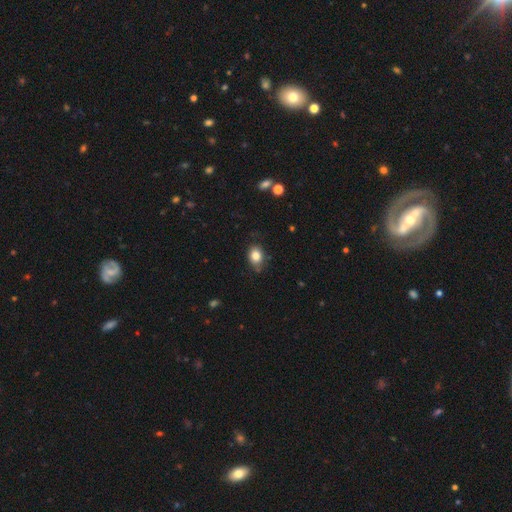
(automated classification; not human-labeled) Smooth or featured?
  - smooth: 83% *
  - star or artifact: 9%
  - featured or disk: 8%
How rounded?
  - in between: 65% *
  - round: 34%
  - cigar-shaped: 1%
Merging?
  - none: 75% *
  - minor disturbance: 20%
  - major disturbance: 4%
  - merger: 2%